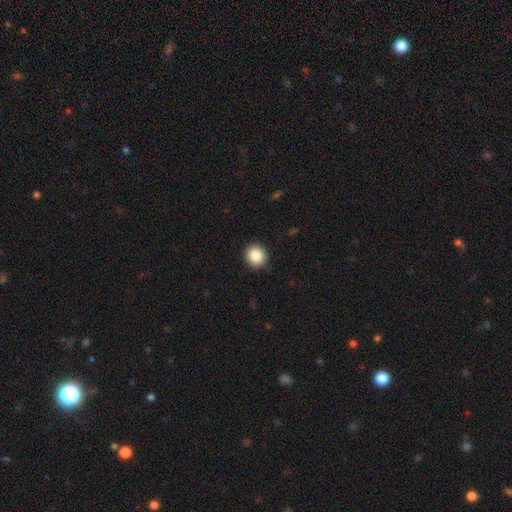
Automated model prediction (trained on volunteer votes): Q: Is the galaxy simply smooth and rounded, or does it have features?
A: smooth — 86%.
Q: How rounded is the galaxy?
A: round — 92%.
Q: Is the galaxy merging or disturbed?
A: none — 91%.